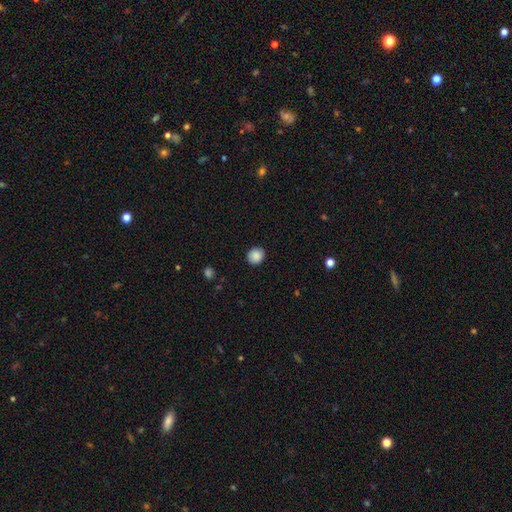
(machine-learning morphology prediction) This appears to be a smooth galaxy with no disk features (87%) that is round (80%). Merging: none (88%).